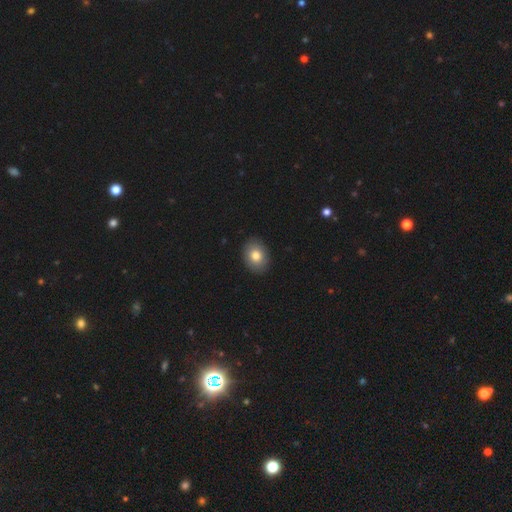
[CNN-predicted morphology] type=smooth (81%); roundness=in between (64%); merging=none (90%).